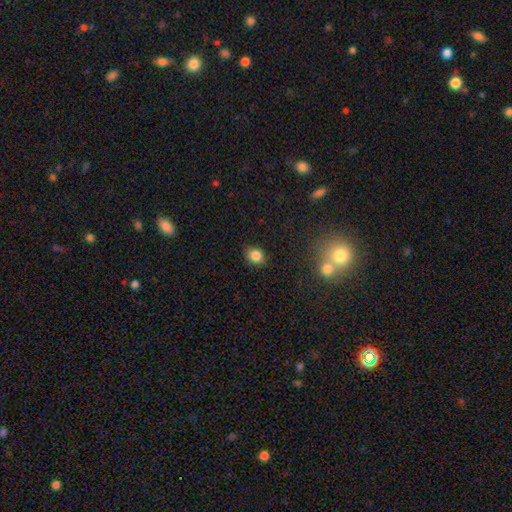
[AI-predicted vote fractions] Smooth or featured? Predicted: smooth (p=0.84). How rounded? Predicted: round (p=0.57). Merging? Predicted: none (p=0.88).